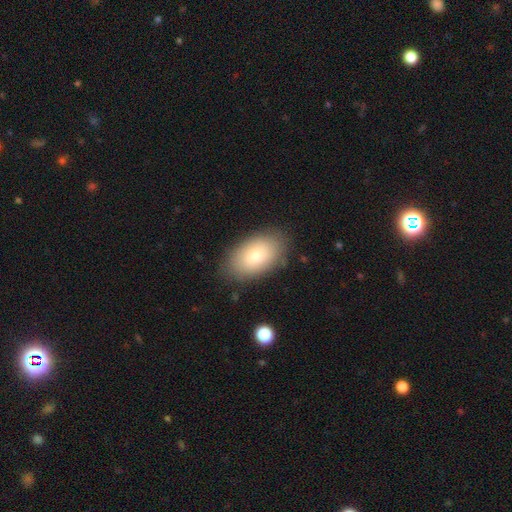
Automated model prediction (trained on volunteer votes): Smooth or featured: smooth — 78% (featured or disk — 15%)
How rounded: in between — 93% (round — 6%)
Merging: none — 83% (minor disturbance — 12%)